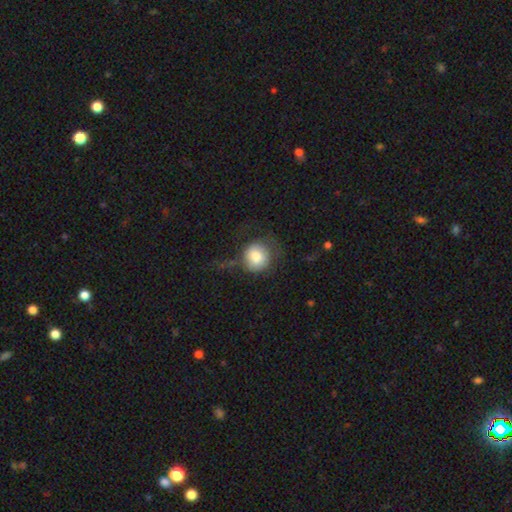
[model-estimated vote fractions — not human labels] Smooth or featured?
  - smooth: 72% *
  - featured or disk: 20%
  - star or artifact: 8%
How rounded?
  - round: 87% *
  - in between: 12%
  - cigar-shaped: 1%
Merging?
  - none: 50% *
  - major disturbance: 26%
  - minor disturbance: 21%
  - merger: 3%